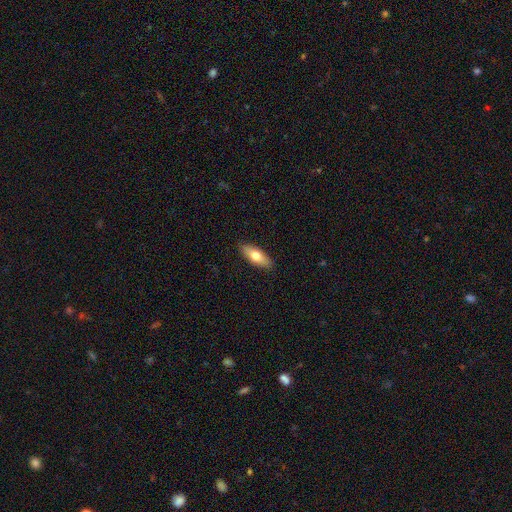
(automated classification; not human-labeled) Smooth or featured? smooth (68%)
How rounded? in between (69%)
Merging? none (89%)